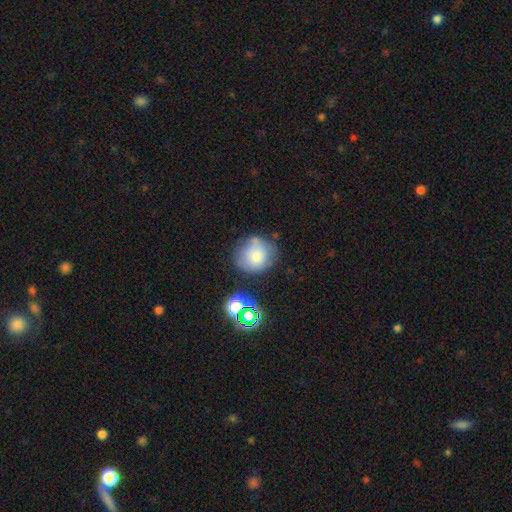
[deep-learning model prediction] This appears to be a smooth galaxy with no disk features (70%) that is round (84%). Merging: none (60%).